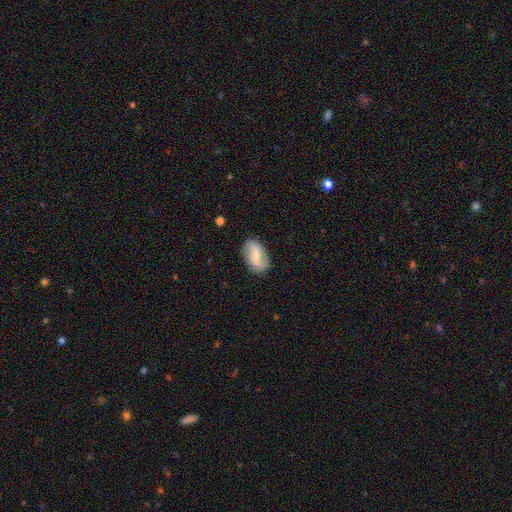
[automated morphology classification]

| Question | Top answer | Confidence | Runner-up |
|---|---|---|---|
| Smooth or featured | featured or disk | 66% | smooth (28%) |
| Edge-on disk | no | 96% | yes (4%) |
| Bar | weak | 47% | no (33%) |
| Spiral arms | yes | 90% | no (10%) |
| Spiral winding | loose | 62% | medium (28%) |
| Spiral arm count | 2 | 89% | can't tell (5%) |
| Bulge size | small | 49% | moderate (42%) |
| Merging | none | 83% | minor disturbance (13%) |